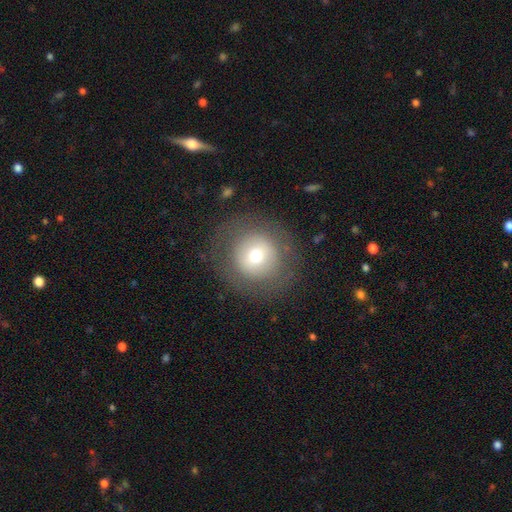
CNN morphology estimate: Smooth or featured?
  - smooth: 63% *
  - featured or disk: 26%
  - star or artifact: 11%
How rounded?
  - round: 93% *
  - in between: 6%
  - cigar-shaped: 1%
Merging?
  - none: 82% *
  - minor disturbance: 10%
  - major disturbance: 7%
  - merger: 1%